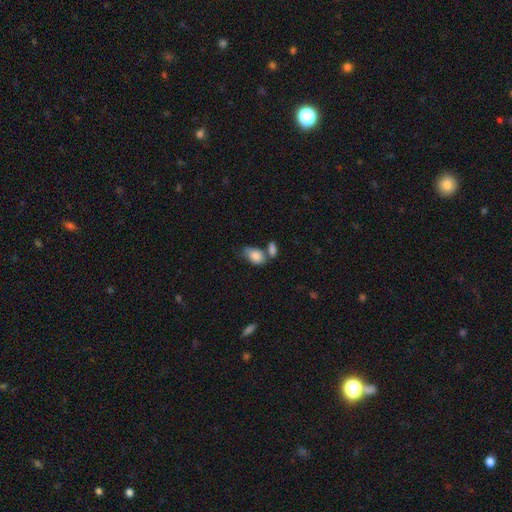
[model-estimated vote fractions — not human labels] Smooth or featured: smooth — 83% (featured or disk — 9%)
How rounded: in between — 86% (round — 12%)
Merging: none — 34% (tied with merger — 34%)